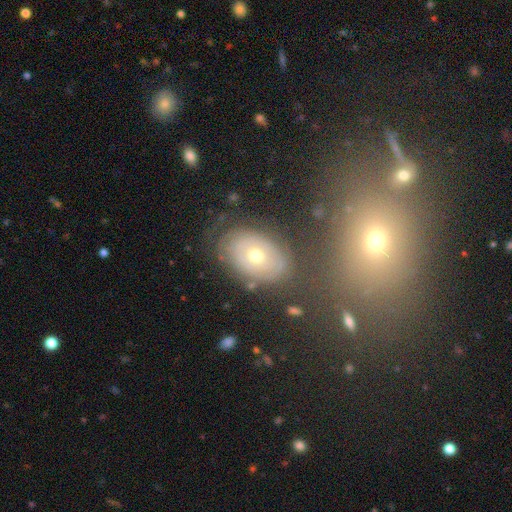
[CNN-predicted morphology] This is possibly a featured or disk galaxy (57%). It is clearly not viewed edge-on (93%). Bar: clearly no (87%). Spiral arm pattern: possibly no (53%). Central bulge: likely moderate (68%). Merging: likely none (78%).